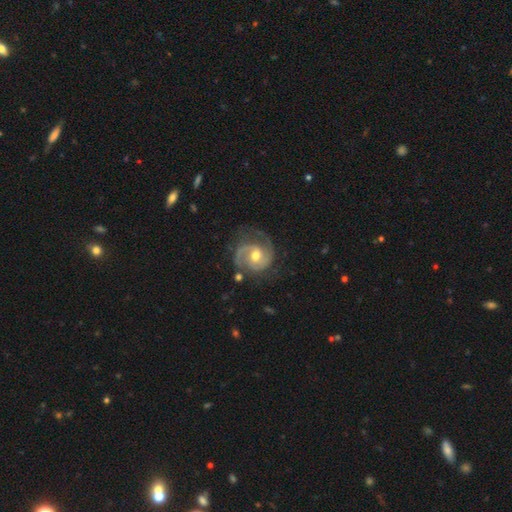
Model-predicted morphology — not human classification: The model was most divided on "spiral winding": medium: 47%, tight: 41%, loose: 12%. Remaining: edge-on disk — no (98%); spiral arms — yes (97%); smooth or featured — featured or disk (89%); spiral arm count — 2 (81%); bulge size — moderate (73%); merging — none (69%); bar — no (48%).